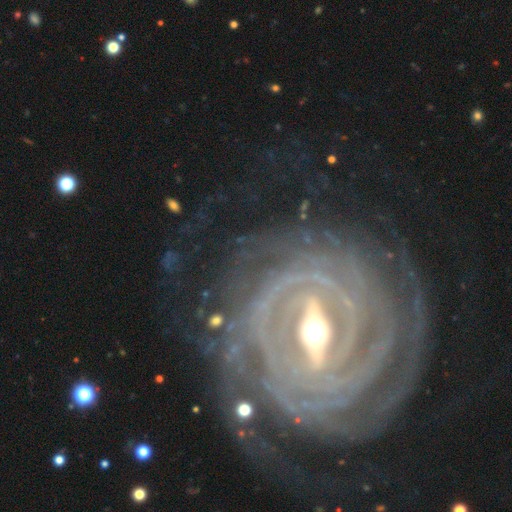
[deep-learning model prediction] Smooth or featured? featured or disk (91%)
Edge-on disk? no (94%)
Bar? strong (71%)
Spiral arms? yes (96%)
Spiral winding? tight (87%)
Spiral arm count? more than 4 (26%)
Bulge size? moderate (69%)
Merging? none (75%)